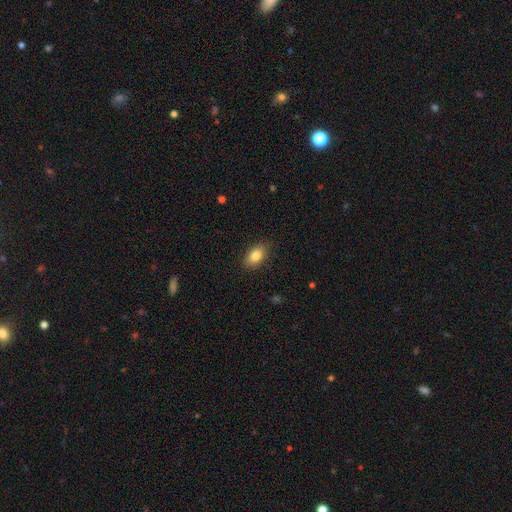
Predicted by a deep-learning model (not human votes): smooth-or-featured: smooth: 83% | featured or disk: 10% | star or artifact: 8%
  how-rounded: in between: 88% | round: 8% | cigar-shaped: 4%
  merging: none: 87% | minor disturbance: 10% | major disturbance: 2% | merger: 1%